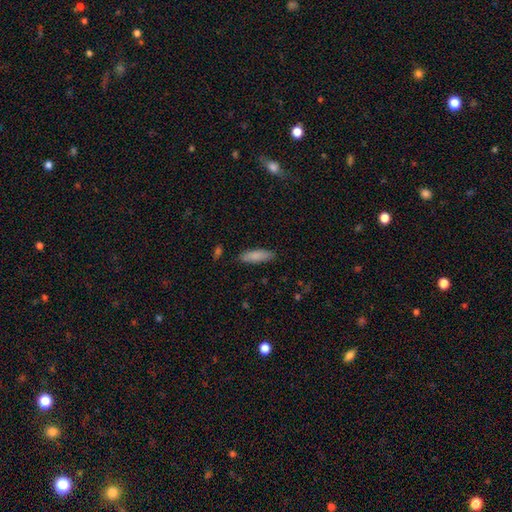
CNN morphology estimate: Smooth or featured?
  - smooth: 84% *
  - featured or disk: 9%
  - star or artifact: 6%
How rounded?
  - in between: 49% * (tied)
  - cigar-shaped: 49% * (tied)
  - round: 2%
Merging?
  - none: 85% *
  - minor disturbance: 12%
  - major disturbance: 2%
  - merger: 2%